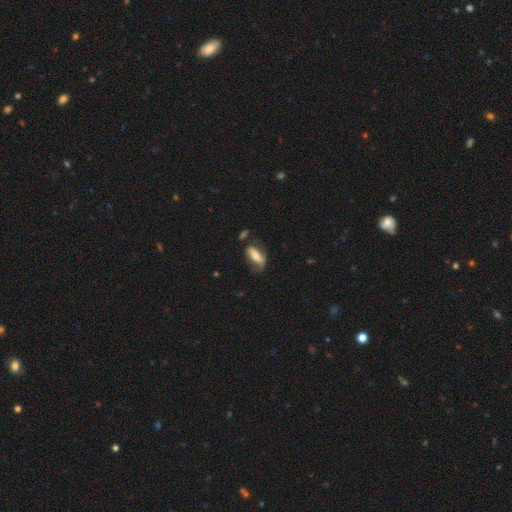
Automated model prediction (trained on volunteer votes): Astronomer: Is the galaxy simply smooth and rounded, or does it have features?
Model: smooth — 49% (runner-up: featured or disk, 43%).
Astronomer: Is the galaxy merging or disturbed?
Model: none — 52%.